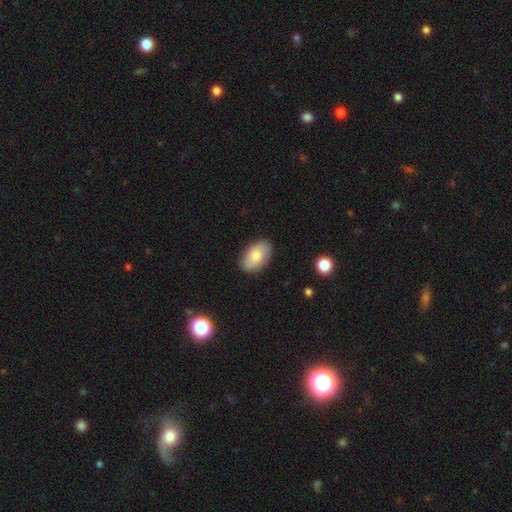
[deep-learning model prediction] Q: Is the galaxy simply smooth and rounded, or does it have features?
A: smooth — 74%.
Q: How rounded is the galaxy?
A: in between — 92%.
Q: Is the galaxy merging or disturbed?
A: none — 84%.